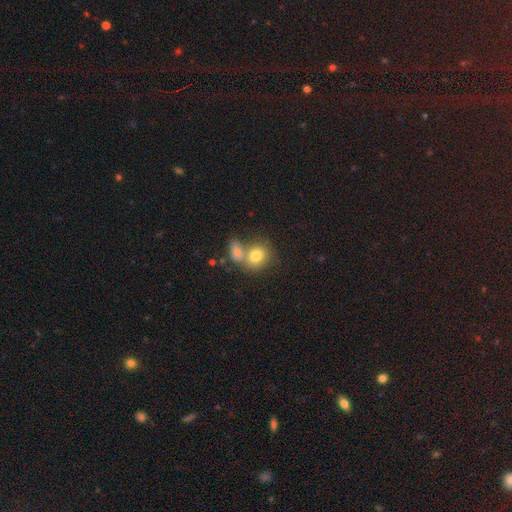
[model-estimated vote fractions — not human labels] This appears to be a smooth galaxy with no disk features (77%) that is round (65%). Merging: merger (50%).